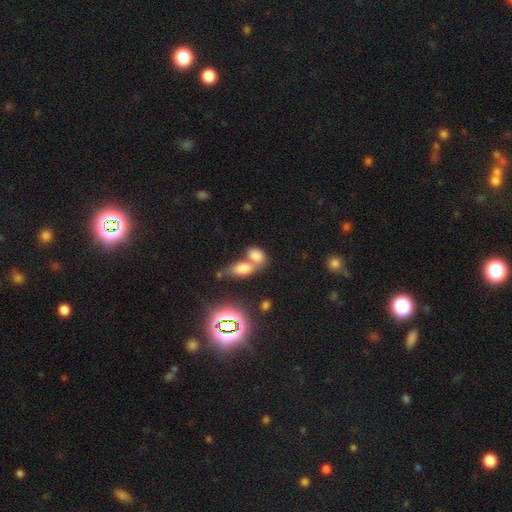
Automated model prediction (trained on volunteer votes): Smooth or featured? smooth (74%)
How rounded? in between (84%)
Merging? merger (60%)